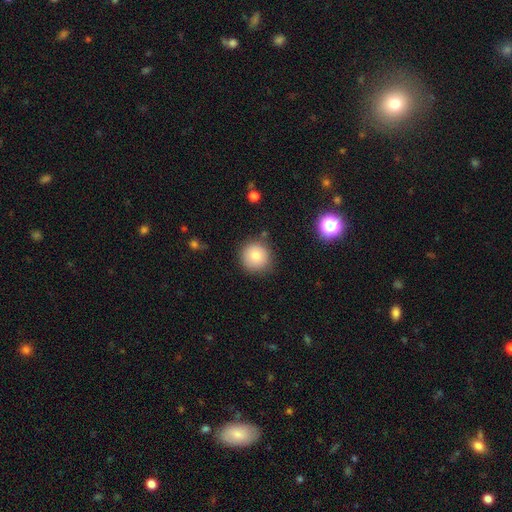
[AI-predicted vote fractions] Smooth or featured? smooth (79%)
How rounded? round (94%)
Merging? none (84%)